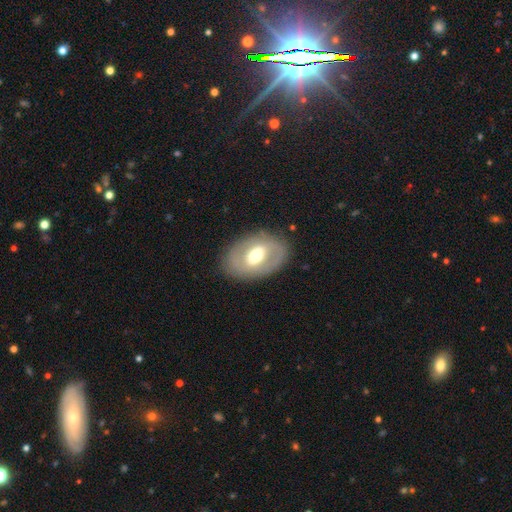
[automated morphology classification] Smooth or featured: featured or disk — 54% (smooth — 39%)
Edge-on disk: no — 91% (yes — 9%)
Merging: none — 81% (minor disturbance — 12%)